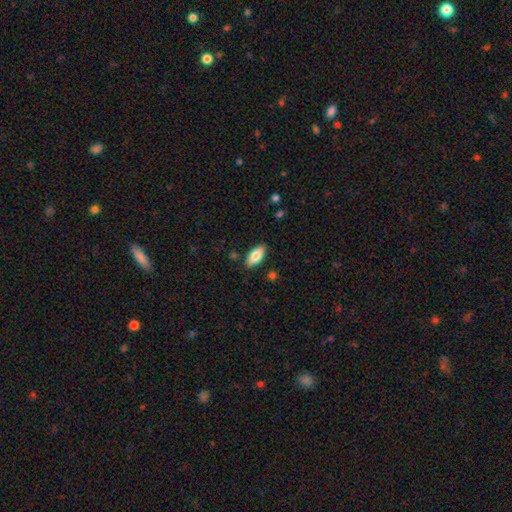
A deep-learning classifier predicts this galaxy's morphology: smooth_or_featured: smooth (p=0.77) [alt: featured or disk p=0.16]
how_rounded: in between (p=0.83) [alt: cigar-shaped p=0.14]
merging: none (p=0.86) [alt: minor disturbance p=0.10]